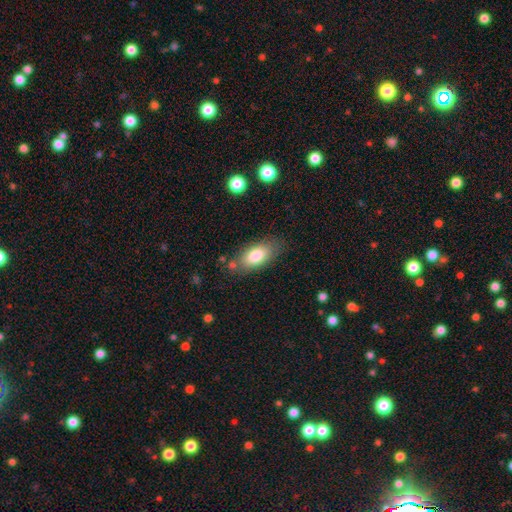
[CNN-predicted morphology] A smooth galaxy with no disk features (81%) that is in between round and cigar-shaped (90%). Merging: none (75%).